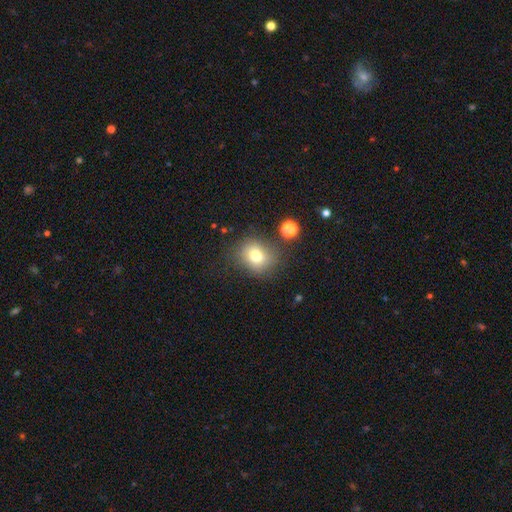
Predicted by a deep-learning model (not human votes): Smooth or featured: smooth — 74% (star or artifact — 14%)
How rounded: round — 68% (in between — 31%)
Merging: none — 74% (minor disturbance — 15%)